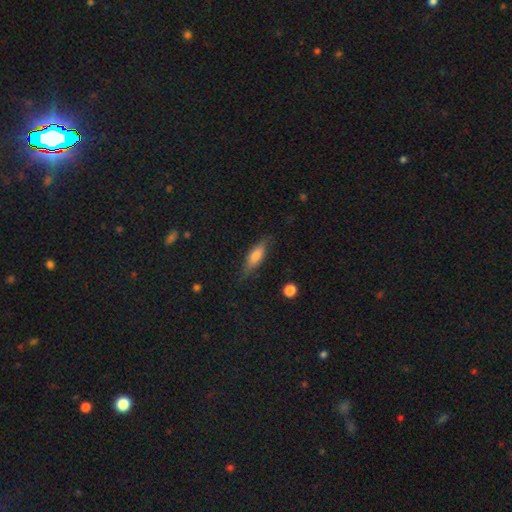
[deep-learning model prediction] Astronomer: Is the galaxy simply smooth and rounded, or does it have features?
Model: smooth — 65%.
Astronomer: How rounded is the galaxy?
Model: in between — 53% (runner-up: cigar-shaped, 45%).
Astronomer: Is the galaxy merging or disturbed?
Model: none — 74%.